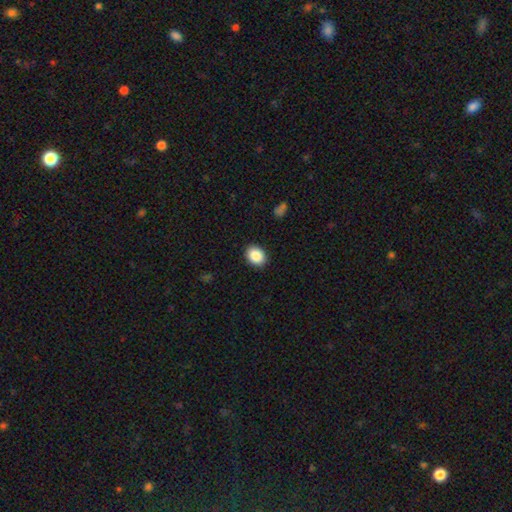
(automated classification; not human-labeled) A smooth galaxy with no disk features (89%) that is in between round and cigar-shaped (60%). Merging: none (90%).